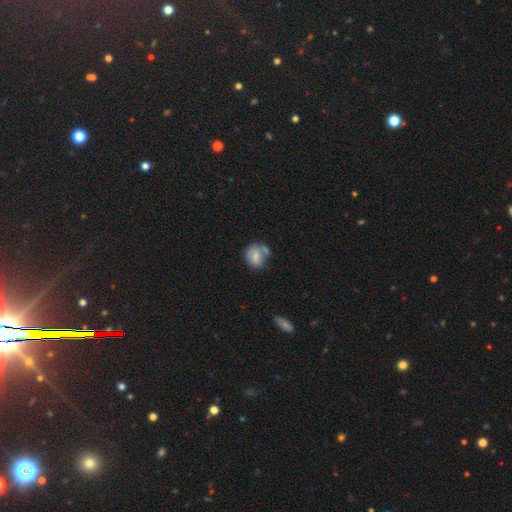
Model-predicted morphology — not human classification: This is likely a smooth galaxy (67%). How rounded: likely round (65%). Merging: marginally none (44%).